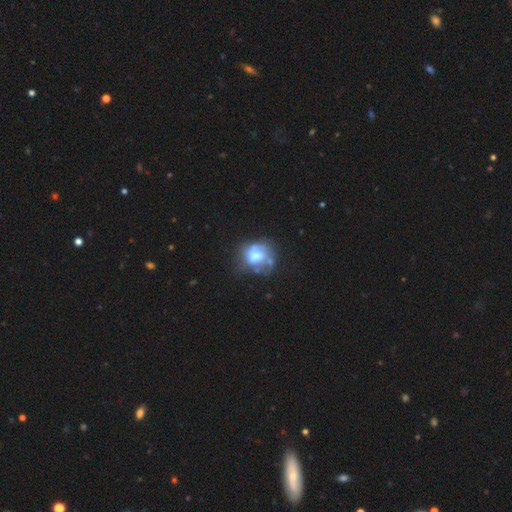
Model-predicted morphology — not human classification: smooth_or_featured: featured or disk (p=0.47) [alt: smooth p=0.43]
merging: none (p=0.38) [alt: minor disturbance p=0.25]